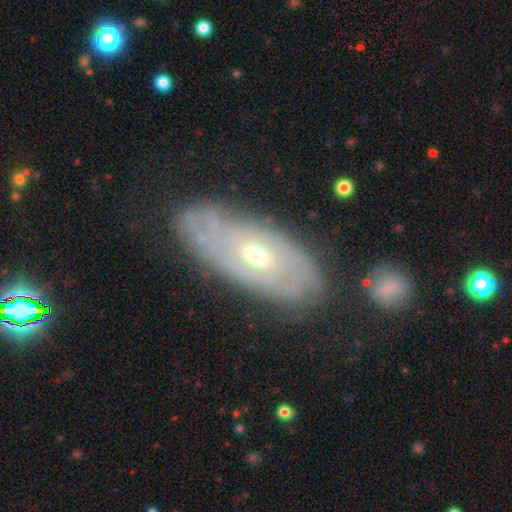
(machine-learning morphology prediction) This is likely a featured or disk galaxy (80%). It is clearly not viewed edge-on (88%). Bar: possibly no (56%). Spiral arm pattern: clearly yes (85%). Spiral arm count: possibly can't tell (57%). Spiral winding: likely tight (76%). Central bulge: possibly moderate (57%). Merging: likely none (78%).